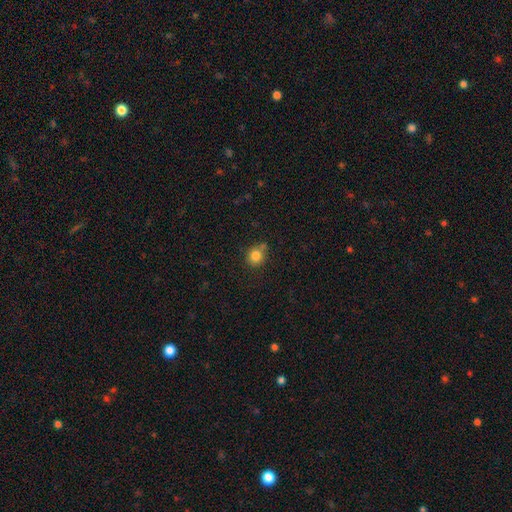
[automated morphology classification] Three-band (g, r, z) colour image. It shows a smooth galaxy with no disk features (83%) that is round (82%). Merging: none (65%).